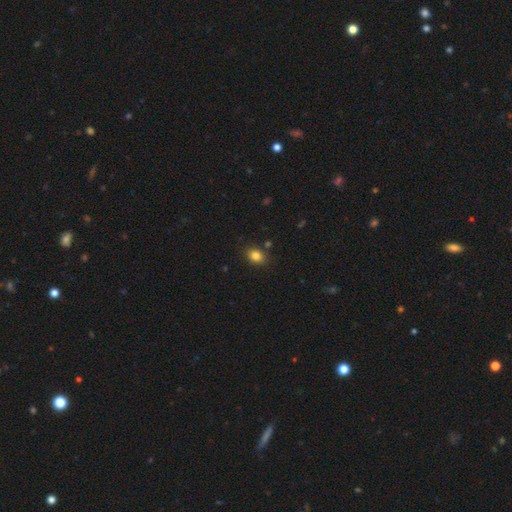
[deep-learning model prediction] Smooth or featured? Predicted: smooth (p=0.84). How rounded? Predicted: in between (p=0.59). Merging? Predicted: none (p=0.84).